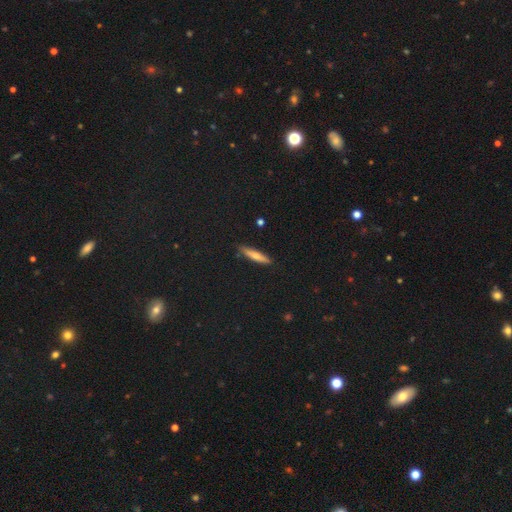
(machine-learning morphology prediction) smooth-or-featured: smooth: 65% | featured or disk: 26% | star or artifact: 9%
  how-rounded: cigar-shaped: 83% | in between: 15% | round: 2%
  merging: none: 87% | minor disturbance: 10% | major disturbance: 2% | merger: 1%